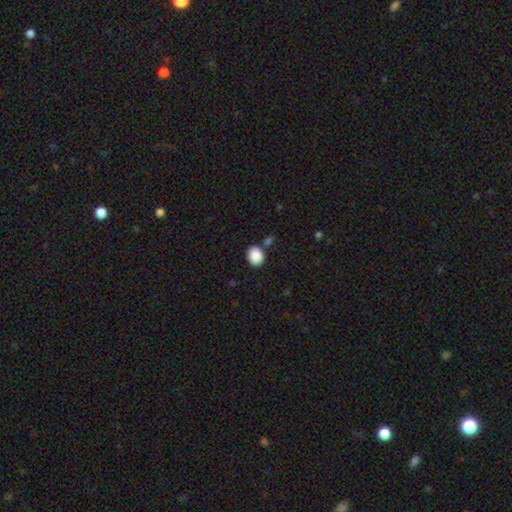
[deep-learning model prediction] A smooth galaxy with no disk features (89%) that is round (53%).

Vote fractions:
- Smooth or featured? smooth: 89% / star or artifact: 8% / featured or disk: 3%
- How rounded? round: 53% / in between: 46% / cigar-shaped: 1%
- Merging? none: 78% / minor disturbance: 10% / merger: 9% / major disturbance: 3%